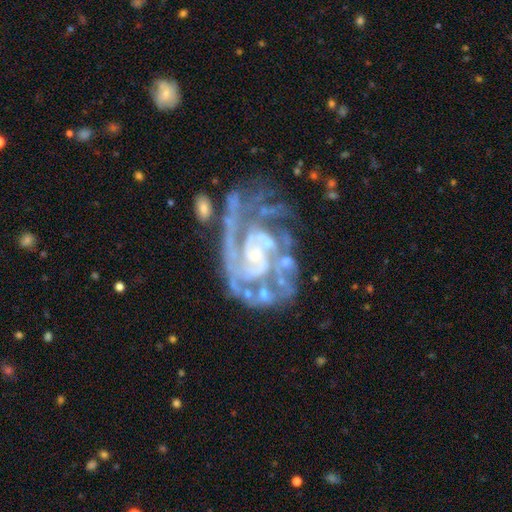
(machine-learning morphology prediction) A featured or disk galaxy (90%) with no bar (63%), 2 (31%) tight (60%) spiral arms (95%) and a small central bulge (62%).

Vote fractions:
- Smooth or featured? featured or disk: 90% / star or artifact: 6% / smooth: 4%
- Edge-on disk? no: 98% / yes: 2%
- Bar? no: 63% / weak: 28% / strong: 9%
- Spiral arms? yes: 95% / no: 5%
- Spiral winding? tight: 60% / medium: 32% / loose: 8%
- Spiral arm count? 2: 31% / can't tell: 25% / 3: 20% / 4: 9% / 1: 8% / more than 4: 7%
- Bulge size? small: 62% / moderate: 19% / none: 14% / large: 3% / dominant: 1%
- Merging? none: 43% / major disturbance: 27% / minor disturbance: 22% / merger: 8%